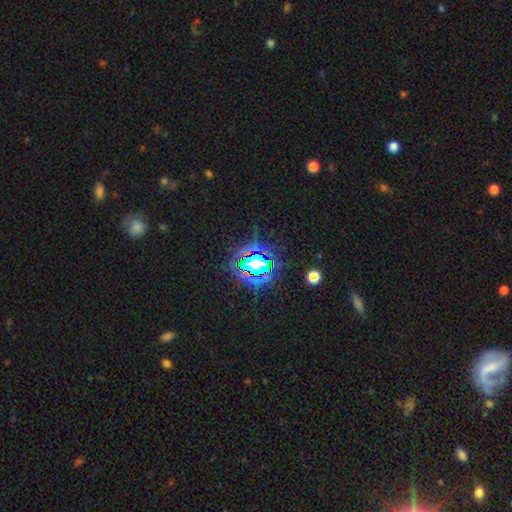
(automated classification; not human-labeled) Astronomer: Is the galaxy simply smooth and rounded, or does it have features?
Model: star or artifact — 78%.